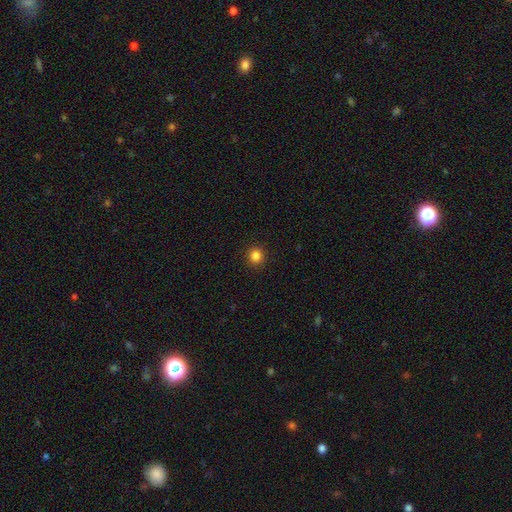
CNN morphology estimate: smooth 85%, star or artifact 12%, featured or disk 4%. Down the decision tree: how rounded — round (90%); merging — none (92%).